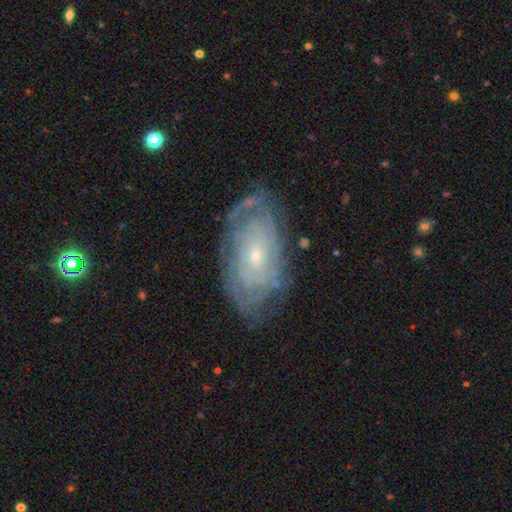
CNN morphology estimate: type=featured or disk (78%); edge-on=no (94%); bar=no (78%); spiral arms=yes (86%); winding=tight (77%); arm count=can't tell (58%); bulge=small (76%); merging=none (73%).